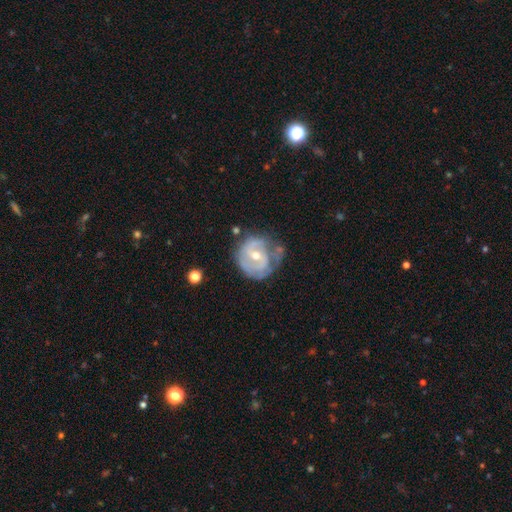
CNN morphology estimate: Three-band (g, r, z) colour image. It shows a featured or disk galaxy (78%) with no bar (44%), 2 (48%) tight (57%) spiral arms (81%) and a moderate central bulge (56%). Merging: none (54%).